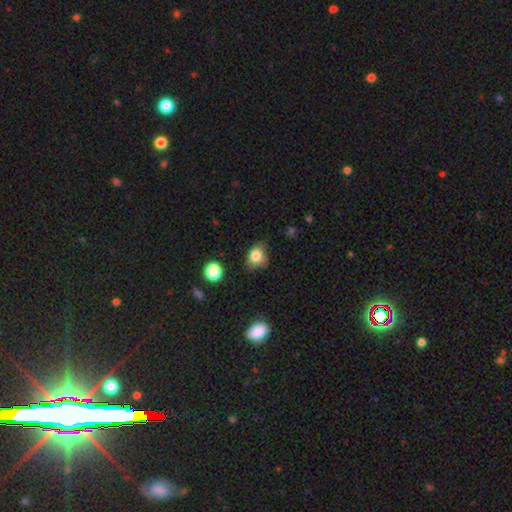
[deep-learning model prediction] A smooth galaxy with no disk features (81%) that is in between round and cigar-shaped (53%).

Vote fractions:
- Smooth or featured? smooth: 81% / star or artifact: 10% / featured or disk: 9%
- How rounded? in between: 53% / round: 45% / cigar-shaped: 1%
- Merging? none: 66% / minor disturbance: 26% / major disturbance: 6% / merger: 2%